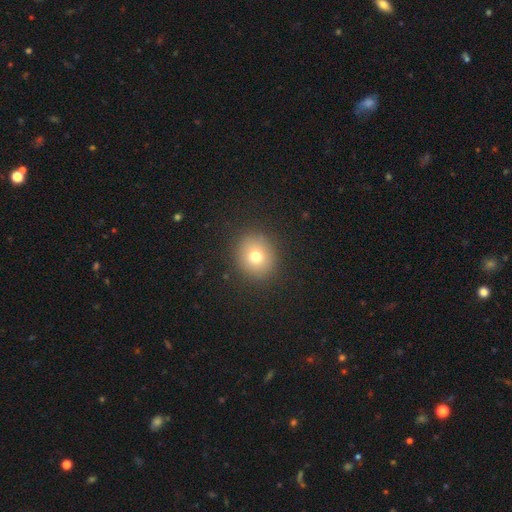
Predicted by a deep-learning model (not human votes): A smooth galaxy with no disk features (73%) that is round (85%).

Vote fractions:
- Smooth or featured? smooth: 73% / star or artifact: 15% / featured or disk: 13%
- How rounded? round: 85% / in between: 14% / cigar-shaped: 1%
- Merging? none: 89% / minor disturbance: 7% / major disturbance: 3% / merger: 1%